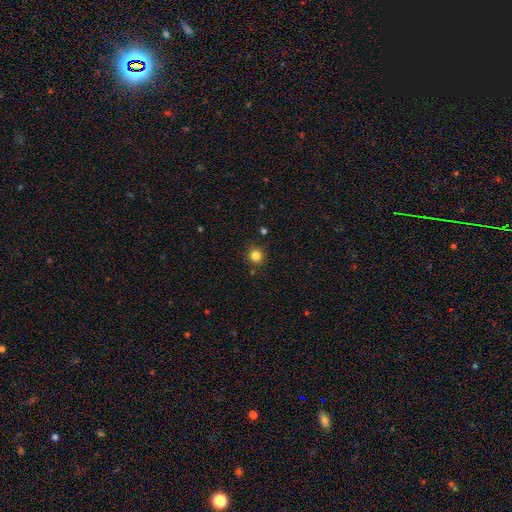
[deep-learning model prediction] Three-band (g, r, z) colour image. It shows a smooth galaxy with no disk features (82%) that is round (92%). Merging: none (89%).